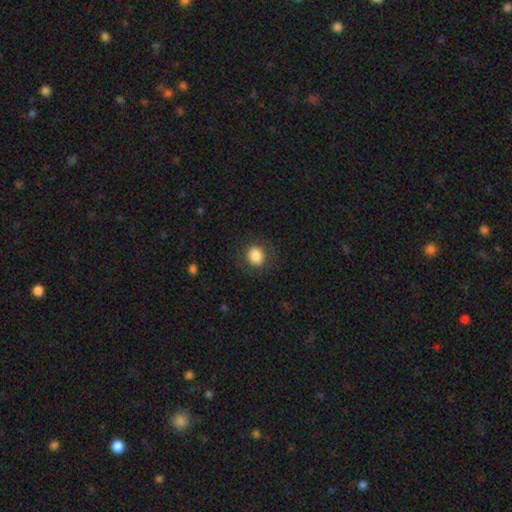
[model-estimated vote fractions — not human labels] A smooth galaxy with no disk features (84%) that is round (71%).

Vote fractions:
- Smooth or featured? smooth: 84% / star or artifact: 9% / featured or disk: 7%
- How rounded? round: 71% / in between: 28% / cigar-shaped: 1%
- Merging? none: 85% / minor disturbance: 10% / major disturbance: 4% / merger: 1%